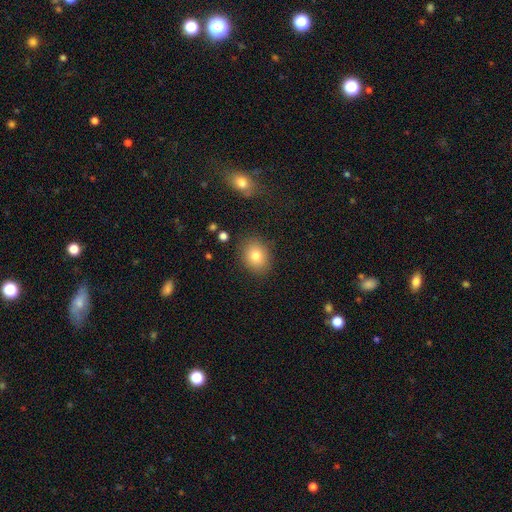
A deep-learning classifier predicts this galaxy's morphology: A smooth galaxy with no disk features (81%) that is in between round and cigar-shaped (53%). Merging: none (86%).